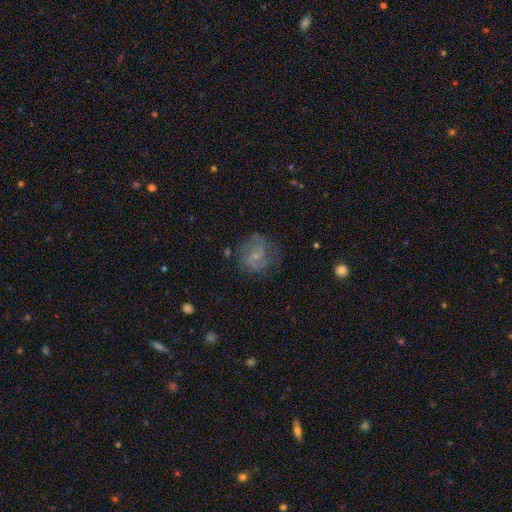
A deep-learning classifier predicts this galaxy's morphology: This appears to be a featured or disk galaxy (63%) with no bar (52%), 2 (62%) medium (48%) spiral arms (87%) and a small central bulge (66%). Merging: none (66%).